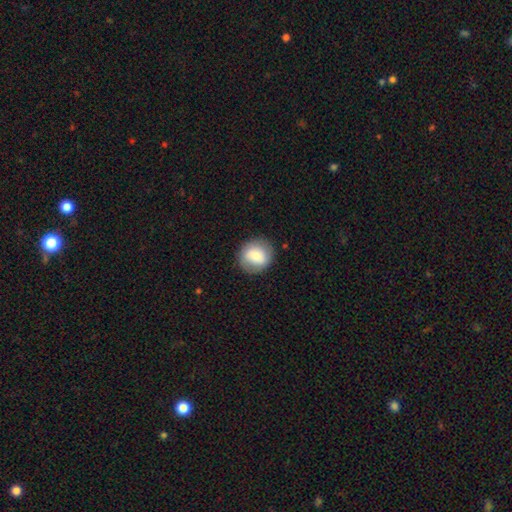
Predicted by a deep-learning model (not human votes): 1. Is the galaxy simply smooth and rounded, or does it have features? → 76% smooth, 16% featured or disk, 7% star or artifact.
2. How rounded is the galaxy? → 83% round, 16% in between, 1% cigar-shaped.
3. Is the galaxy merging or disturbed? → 85% none, 11% minor disturbance, 3% major disturbance, 1% merger.